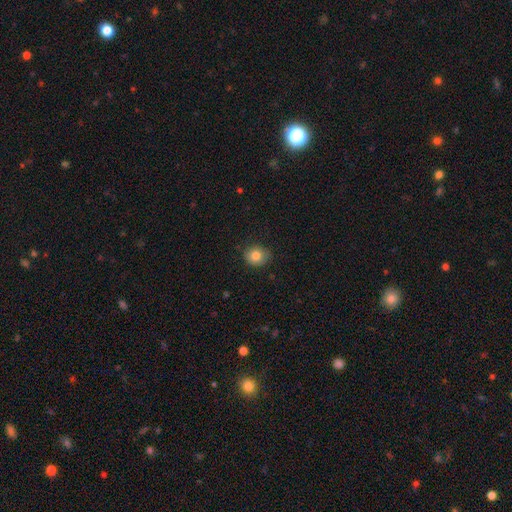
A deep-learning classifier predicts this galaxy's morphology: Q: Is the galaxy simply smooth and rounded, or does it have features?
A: smooth — 82%.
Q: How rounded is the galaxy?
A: round — 69%.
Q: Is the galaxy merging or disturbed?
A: none — 82%.